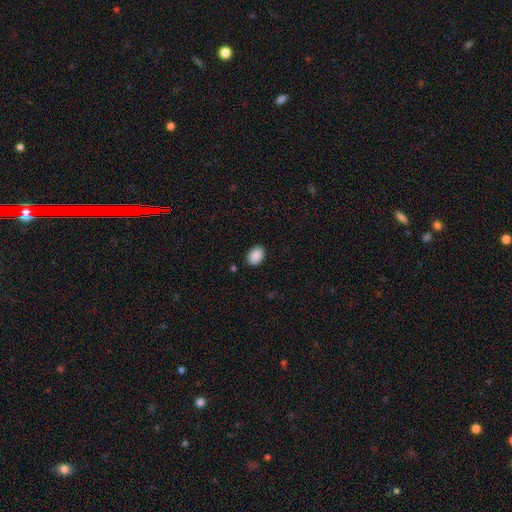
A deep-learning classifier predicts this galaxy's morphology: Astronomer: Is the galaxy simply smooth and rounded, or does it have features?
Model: smooth — 90%.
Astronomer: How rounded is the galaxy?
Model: in between — 75%.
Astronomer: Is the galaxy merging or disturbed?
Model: none — 88%.